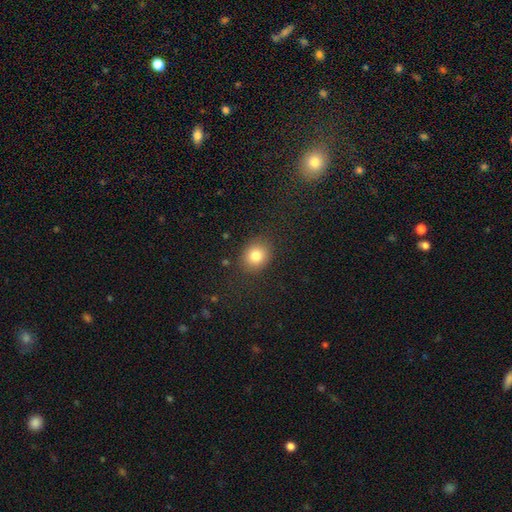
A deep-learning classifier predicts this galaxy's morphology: The model was most divided on "how rounded": round: 68%, in between: 31%, cigar-shaped: 1%. More confident: merging — none (85%); smooth or featured — smooth (82%).